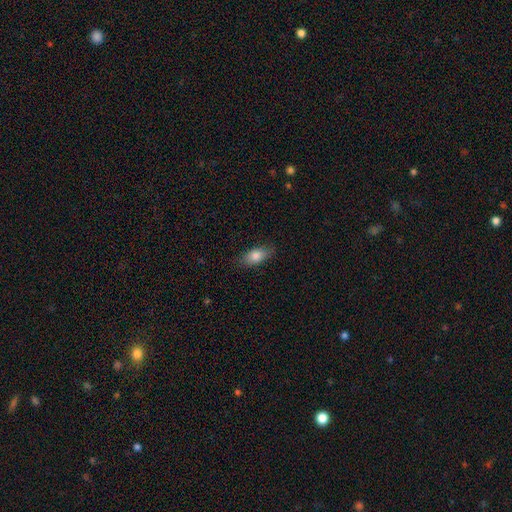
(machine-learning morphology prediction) Smooth or featured? smooth (82%)
How rounded? in between (87%)
Merging? none (83%)